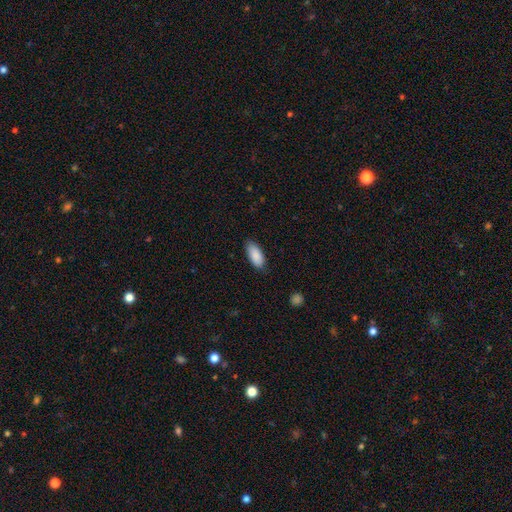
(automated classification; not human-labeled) Q: Smooth or featured?
A: smooth (89%); runner-up: star or artifact (6%)
Q: How rounded?
A: in between (89%); runner-up: cigar-shaped (10%)
Q: Merging?
A: none (82%); runner-up: minor disturbance (14%)